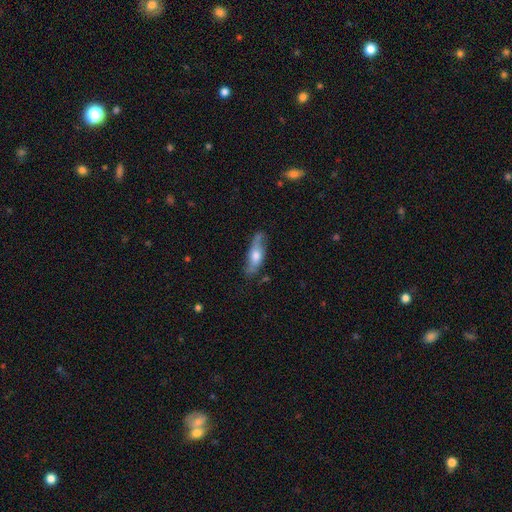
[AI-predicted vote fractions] smooth_or_featured: smooth (p=0.51) [alt: featured or disk p=0.42]
how_rounded: in between (p=0.53) [alt: cigar-shaped p=0.44]
merging: none (p=0.65) [alt: minor disturbance p=0.25]